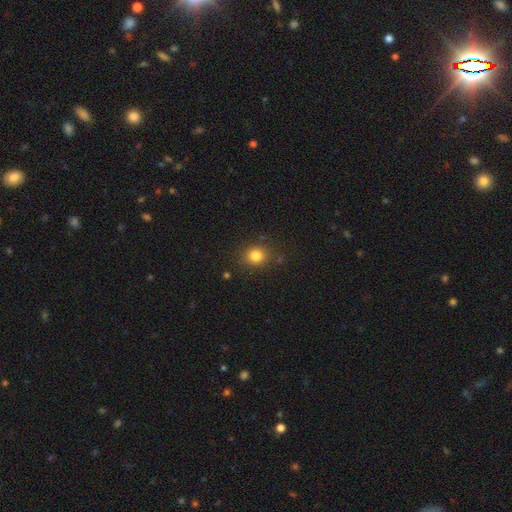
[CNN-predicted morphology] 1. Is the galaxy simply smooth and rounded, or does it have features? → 82% smooth, 12% star or artifact, 6% featured or disk.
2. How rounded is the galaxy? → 78% round, 21% in between, 1% cigar-shaped.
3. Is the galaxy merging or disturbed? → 84% none, 10% minor disturbance, 3% major disturbance, 3% merger.